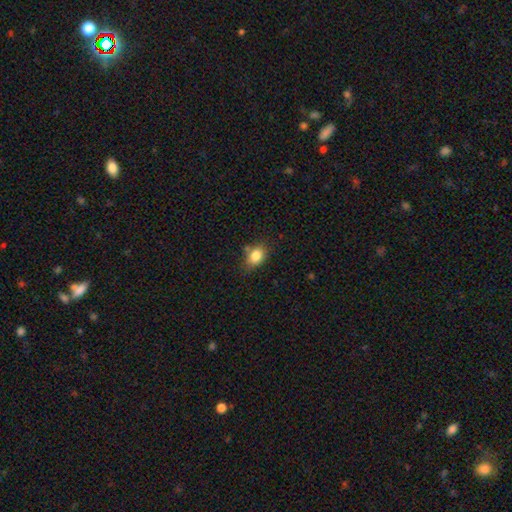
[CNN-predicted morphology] Q: Smooth or featured?
A: smooth (83%); runner-up: star or artifact (9%)
Q: How rounded?
A: in between (73%); runner-up: round (26%)
Q: Merging?
A: none (67%); runner-up: minor disturbance (21%)